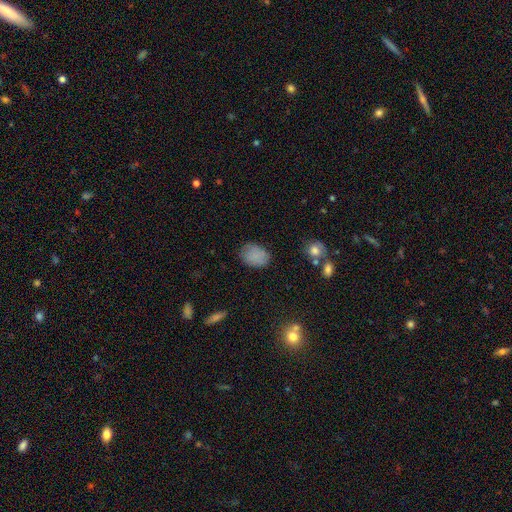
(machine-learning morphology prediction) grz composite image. It shows a smooth galaxy with no disk features (84%) that is in between round and cigar-shaped (72%). Merging: none (76%).